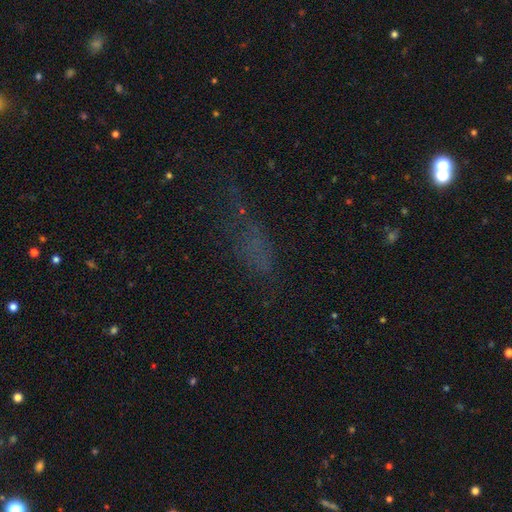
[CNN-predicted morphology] This appears to be a smooth galaxy with no disk features (42%). Merging: none (48%).